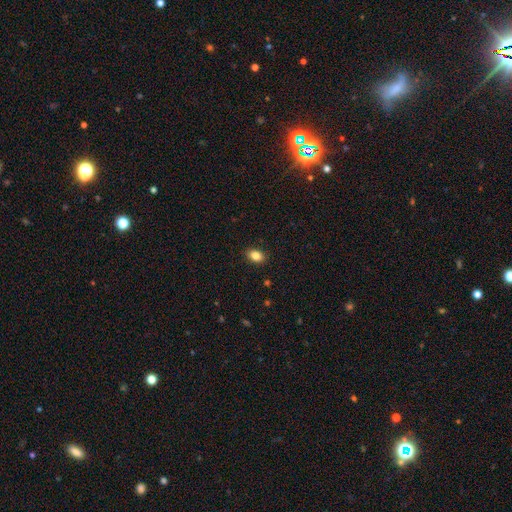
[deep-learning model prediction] Overall: smooth (86%). How rounded: in between (81%). Merging: none (89%).